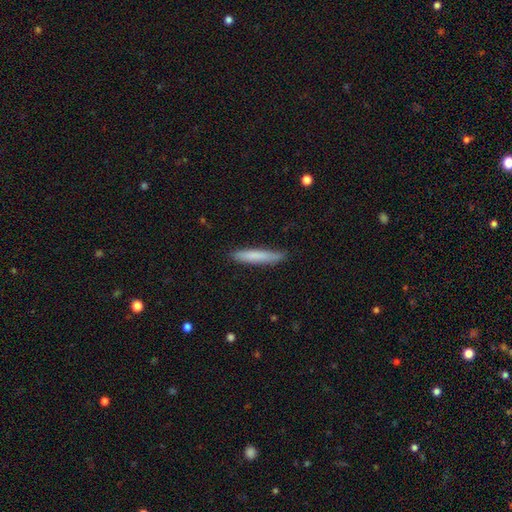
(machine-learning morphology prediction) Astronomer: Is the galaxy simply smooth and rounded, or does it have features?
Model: smooth — 78%.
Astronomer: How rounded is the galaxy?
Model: cigar-shaped — 93%.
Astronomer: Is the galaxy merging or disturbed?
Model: none — 85%.